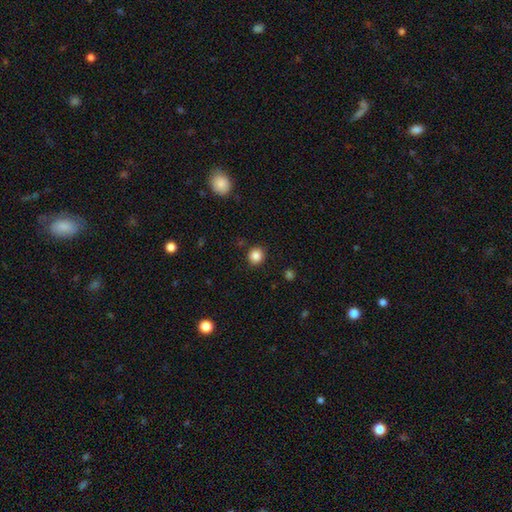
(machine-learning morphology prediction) Smooth or featured: smooth — 86% (star or artifact — 11%)
How rounded: round — 89% (in between — 10%)
Merging: none — 89% (minor disturbance — 7%)